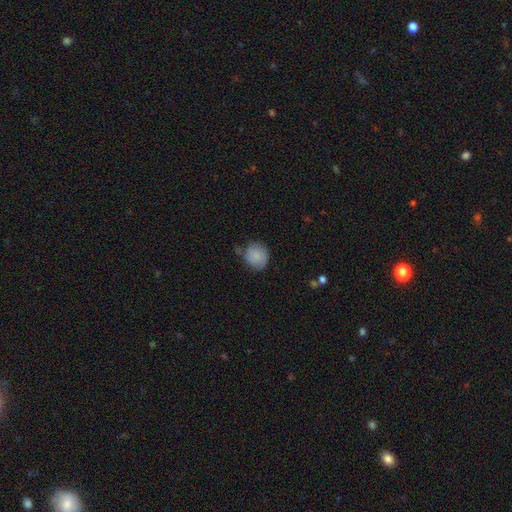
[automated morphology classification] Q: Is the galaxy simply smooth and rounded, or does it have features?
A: smooth — 85%.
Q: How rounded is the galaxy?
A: round — 85%.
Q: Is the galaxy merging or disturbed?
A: none — 64%.